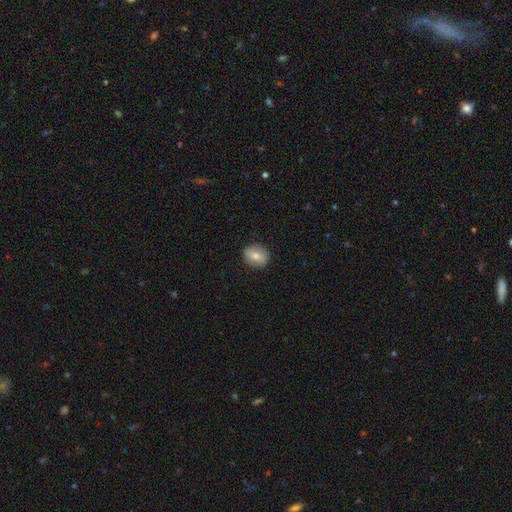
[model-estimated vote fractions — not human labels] Smooth or featured?
  - smooth: 70% *
  - featured or disk: 22%
  - star or artifact: 9%
How rounded?
  - round: 64% *
  - in between: 35%
  - cigar-shaped: 1%
Merging?
  - none: 88% *
  - minor disturbance: 9%
  - major disturbance: 2%
  - merger: 1%